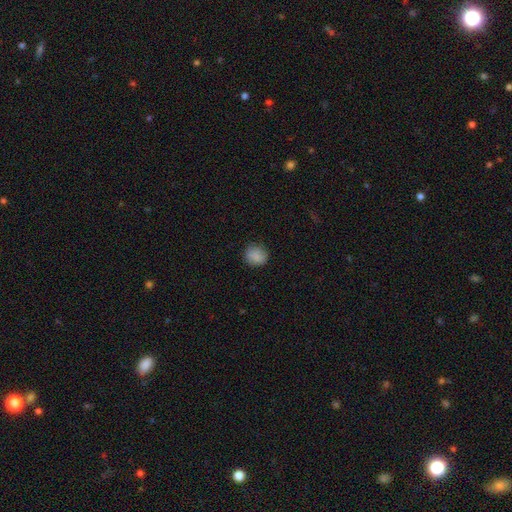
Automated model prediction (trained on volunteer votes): Smooth or featured?
  - smooth: 87% *
  - star or artifact: 9%
  - featured or disk: 5%
How rounded?
  - round: 82% *
  - in between: 17%
  - cigar-shaped: 1%
Merging?
  - none: 83% *
  - minor disturbance: 13%
  - major disturbance: 3%
  - merger: 1%